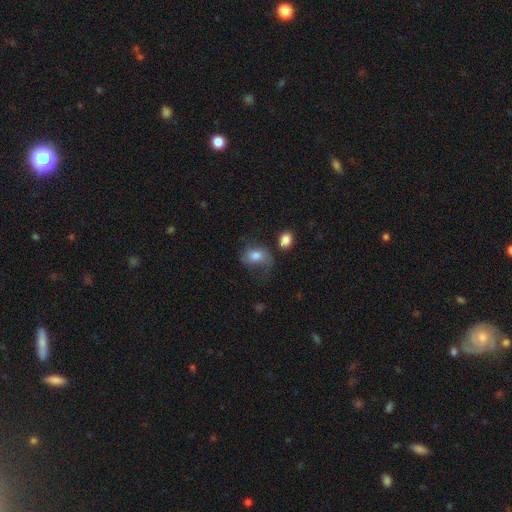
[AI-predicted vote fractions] This appears to be a smooth galaxy with no disk features (70%) that is in between round and cigar-shaped (64%). Merging: none (42%).